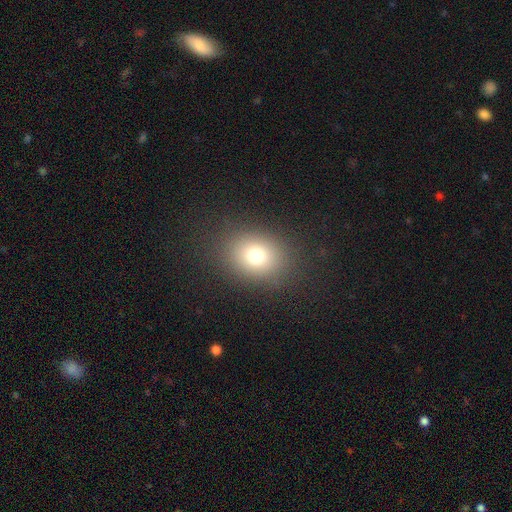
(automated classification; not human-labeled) The model was most divided on "how rounded": in between: 50%, round: 49%, cigar-shaped: 1%. More confident: merging — none (86%); smooth or featured — smooth (77%).